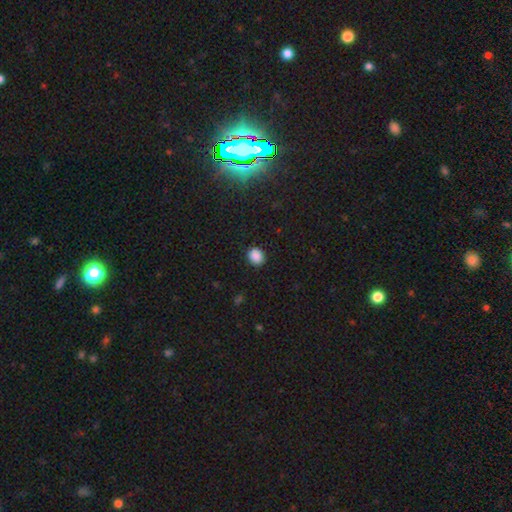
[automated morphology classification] smooth 88%, star or artifact 10%, featured or disk 3%. Down the decision tree: how rounded — round (62%); merging — none (88%).